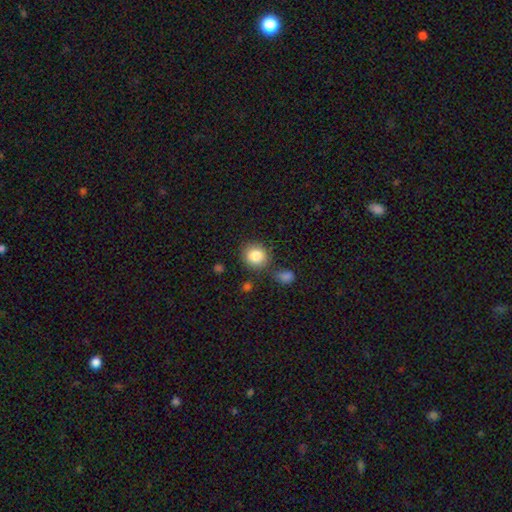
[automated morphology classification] Smooth or featured?
  - smooth: 84% *
  - star or artifact: 9%
  - featured or disk: 7%
How rounded?
  - round: 84% *
  - in between: 15%
  - cigar-shaped: 1%
Merging?
  - none: 79% *
  - minor disturbance: 11%
  - merger: 6%
  - major disturbance: 4%